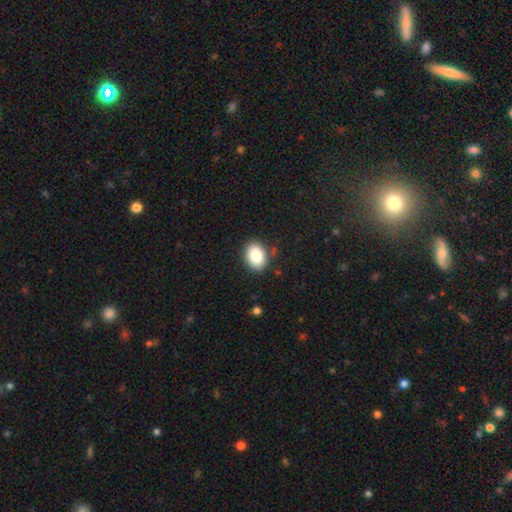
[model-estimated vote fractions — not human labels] Morphology: type=smooth (87%); roundness=in between (69%); merging=none (85%).